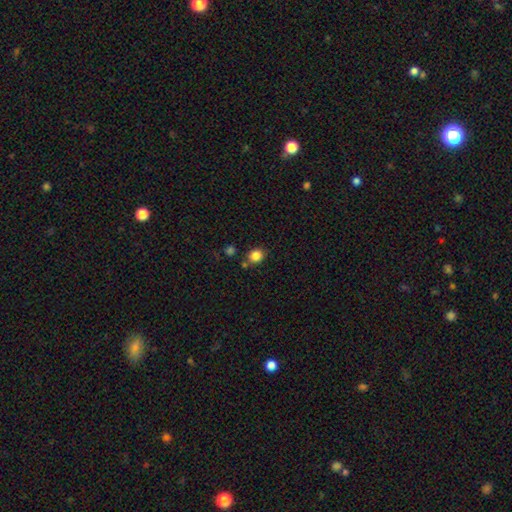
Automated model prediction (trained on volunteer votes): smooth_or_featured: smooth (p=0.84) [alt: star or artifact p=0.12]
how_rounded: round (p=0.74) [alt: in between p=0.25]
merging: none (p=0.76) [alt: minor disturbance p=0.11]